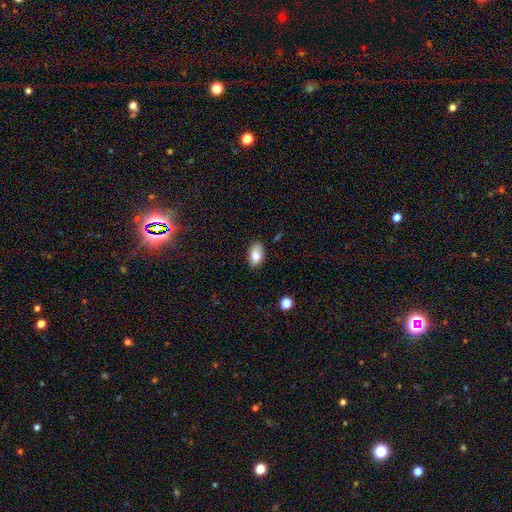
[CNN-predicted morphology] This appears to be a smooth galaxy with no disk features (81%) that is in between round and cigar-shaped (91%). Merging: none (81%).